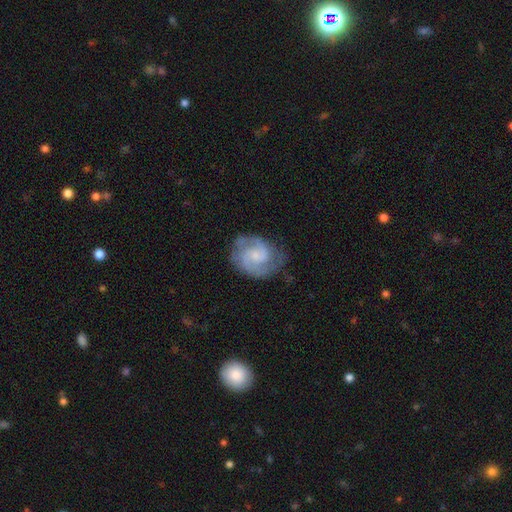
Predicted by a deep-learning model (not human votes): Overall: featured or disk (84%). Edge-on disk: no (98%). Bar: no (54%; weak 40%). Spiral arms: yes (97%). Spiral arm count: 2 (81%). Spiral winding: medium (51%; tight 37%). Bulge size: small (55%; moderate 23%). Merging: none (74%).